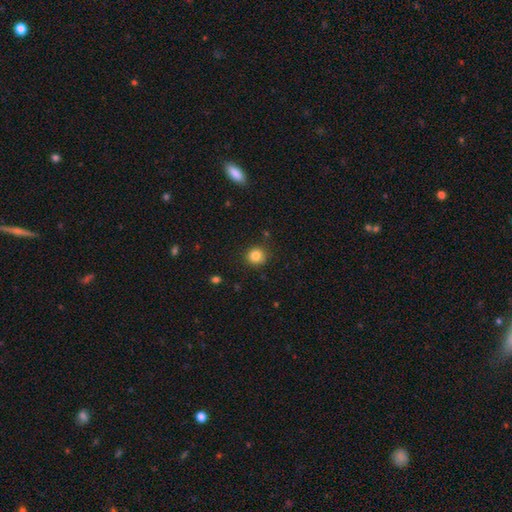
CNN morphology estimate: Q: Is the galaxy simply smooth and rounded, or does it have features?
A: smooth — 84%.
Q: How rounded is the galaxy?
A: round — 91%.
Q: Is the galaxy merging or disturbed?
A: none — 88%.